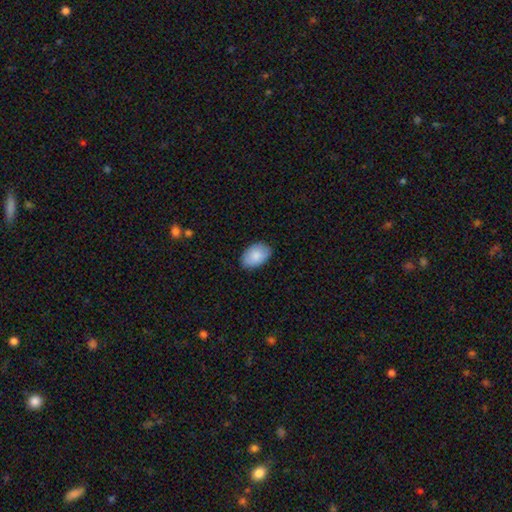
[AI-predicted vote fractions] This is clearly a smooth galaxy (88%). How rounded: clearly in between (90%). Merging: clearly none (85%).